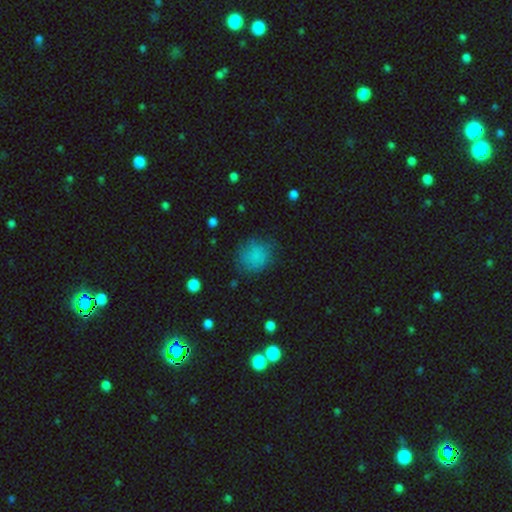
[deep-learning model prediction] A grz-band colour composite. It shows a smooth galaxy with no disk features (81%) that is round (80%). Merging: none (73%).